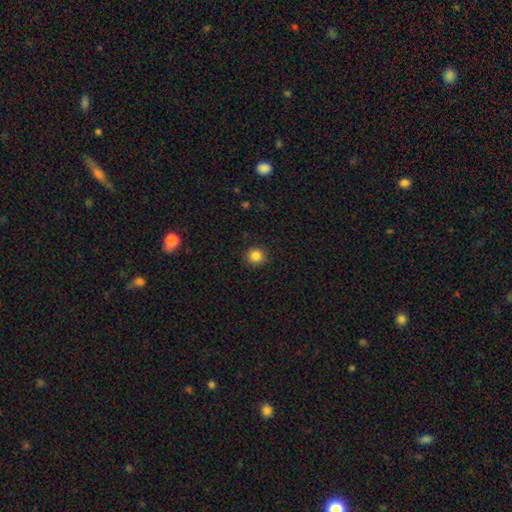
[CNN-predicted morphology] Smooth or featured?
  - smooth: 85% *
  - star or artifact: 11%
  - featured or disk: 5%
How rounded?
  - round: 93% *
  - in between: 6%
  - cigar-shaped: 1%
Merging?
  - none: 92% *
  - minor disturbance: 5%
  - major disturbance: 2%
  - merger: 1%